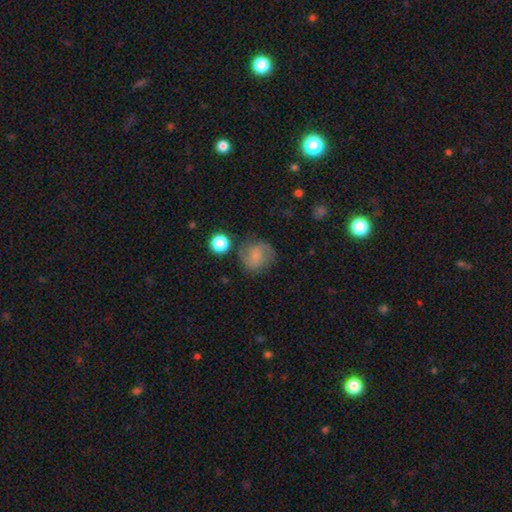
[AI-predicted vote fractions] smooth 52%, featured or disk 37%, star or artifact 11%. Down the decision tree: how rounded — round (81%); merging — none (68%).